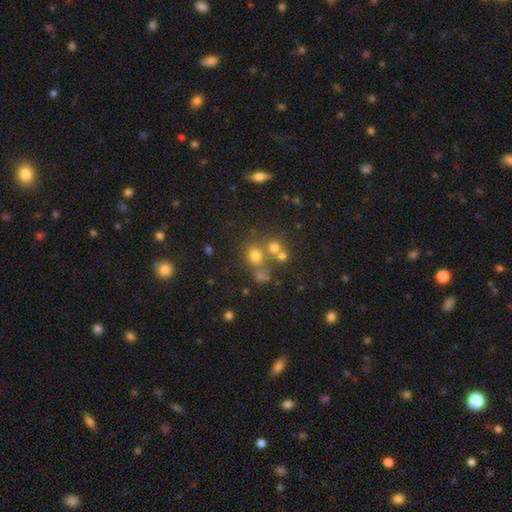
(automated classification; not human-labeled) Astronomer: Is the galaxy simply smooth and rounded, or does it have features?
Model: smooth — 65%.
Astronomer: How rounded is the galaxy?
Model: round — 77%.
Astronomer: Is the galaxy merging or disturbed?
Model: none — 55%.